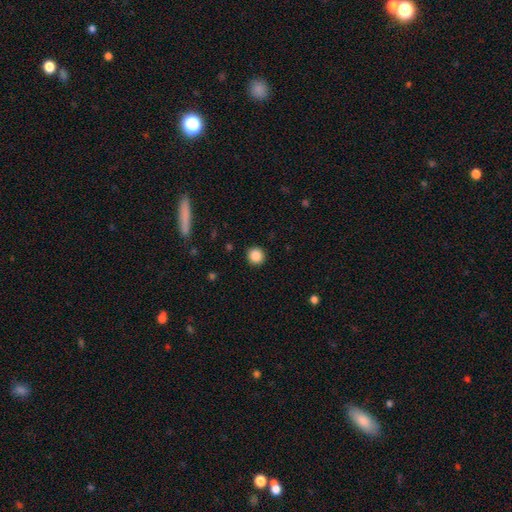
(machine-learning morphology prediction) smooth-or-featured: smooth: 86% | star or artifact: 10% | featured or disk: 4%
  how-rounded: round: 94% | in between: 5% | cigar-shaped: 1%
  merging: none: 92% | minor disturbance: 5% | major disturbance: 2% | merger: 1%